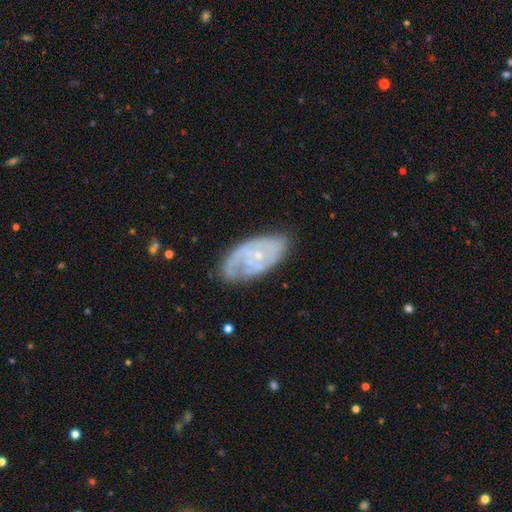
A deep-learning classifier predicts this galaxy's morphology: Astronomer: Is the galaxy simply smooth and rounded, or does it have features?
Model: featured or disk — 70%.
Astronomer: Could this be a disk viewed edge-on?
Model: no — 94%.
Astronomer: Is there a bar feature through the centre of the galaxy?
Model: no — 76%.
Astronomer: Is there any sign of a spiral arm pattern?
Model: yes — 76%.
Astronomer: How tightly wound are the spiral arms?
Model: tight — 57%.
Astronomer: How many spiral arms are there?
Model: can't tell — 47% (runner-up: 2, 27%).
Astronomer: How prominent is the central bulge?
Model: small — 79%.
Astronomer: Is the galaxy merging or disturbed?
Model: none — 63%.